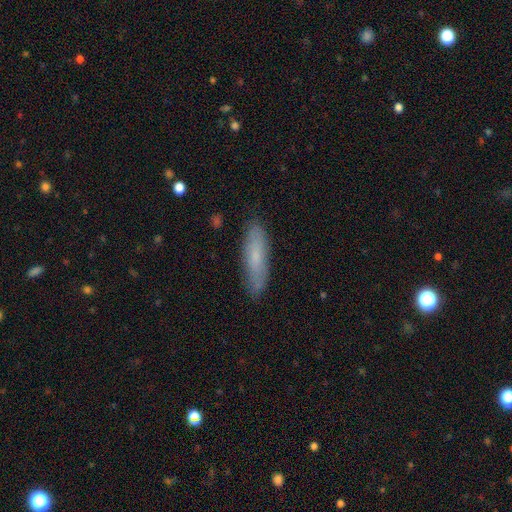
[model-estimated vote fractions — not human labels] This appears to be a smooth galaxy with no disk features (68%) that is cigar-shaped (65%). Merging: none (84%).